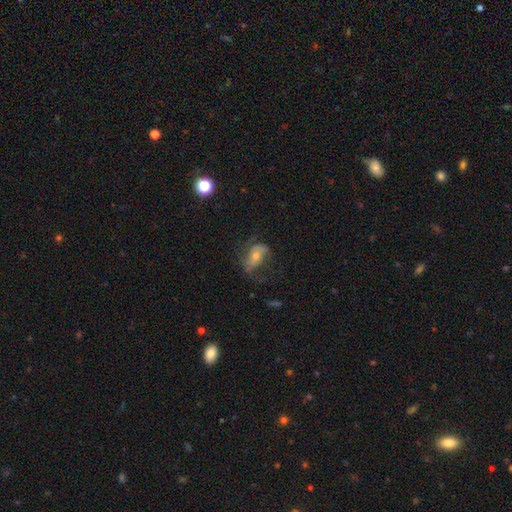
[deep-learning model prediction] smooth_or_featured: featured or disk (p=0.64) [alt: smooth p=0.24]
disk_edge_on: no (p=0.93) [alt: yes p=0.07]
bar: no (p=0.56) [alt: weak p=0.28]
has_spiral_arms: yes (p=0.80) [alt: no p=0.20]
bulge_size: moderate (p=0.47) [tied with: small p=0.47]
merging: none (p=0.52) [alt: major disturbance p=0.23]